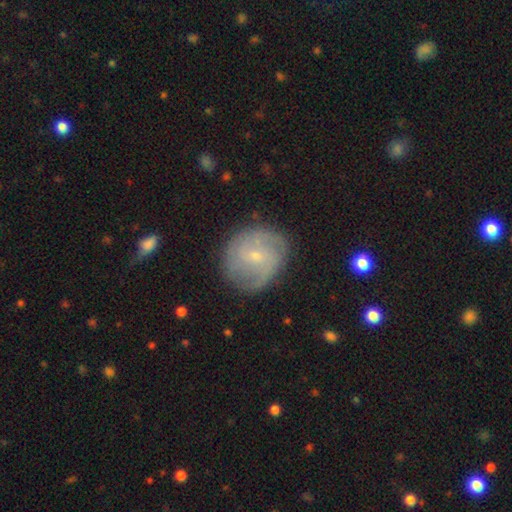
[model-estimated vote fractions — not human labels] Overall: featured or disk (70%). Edge-on disk: no (97%). Bar: no (50%; weak 43%). Spiral arms: yes (89%). Spiral arm count: can't tell (35%; 2 26%). Spiral winding: tight (48%; medium 38%). Bulge size: small (76%). Merging: none (75%).